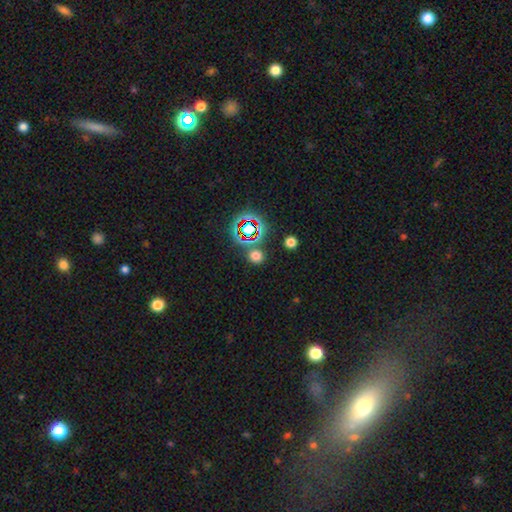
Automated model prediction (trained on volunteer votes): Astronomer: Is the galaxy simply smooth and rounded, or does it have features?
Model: smooth — 64%.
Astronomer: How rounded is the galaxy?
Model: round — 86%.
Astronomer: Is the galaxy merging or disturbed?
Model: none — 78%.